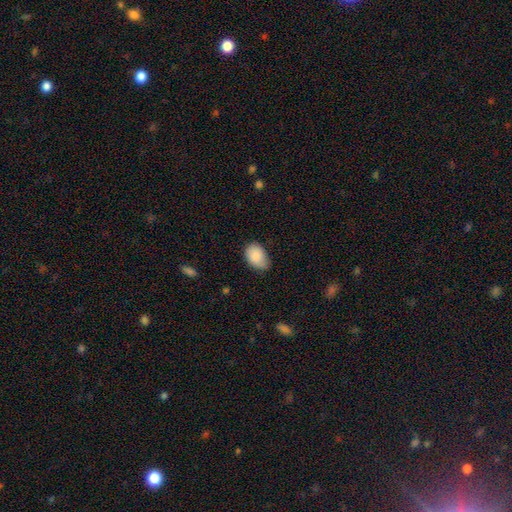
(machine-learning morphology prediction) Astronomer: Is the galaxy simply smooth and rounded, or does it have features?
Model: smooth — 88%.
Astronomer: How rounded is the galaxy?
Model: in between — 85%.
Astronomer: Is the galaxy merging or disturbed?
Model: none — 61%.